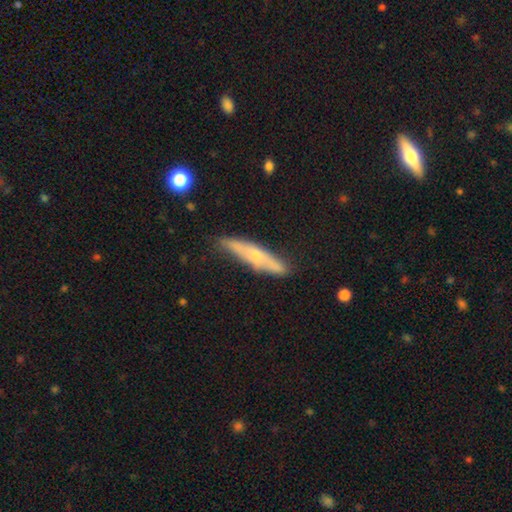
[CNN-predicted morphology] smooth_or_featured: featured or disk (p=0.52) [alt: smooth p=0.42]
disk_edge_on: yes (p=0.80) [alt: no p=0.20]
merging: none (p=0.78) [alt: minor disturbance p=0.17]